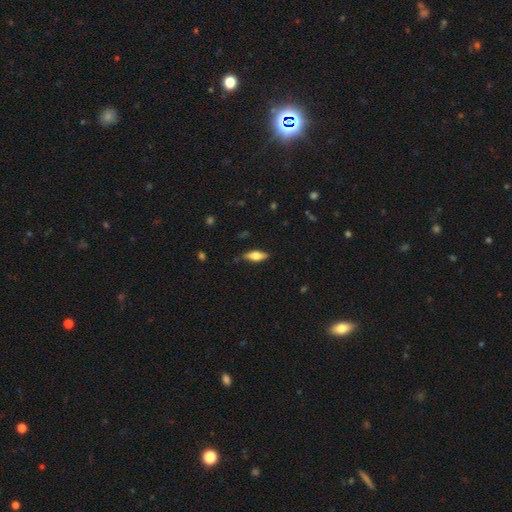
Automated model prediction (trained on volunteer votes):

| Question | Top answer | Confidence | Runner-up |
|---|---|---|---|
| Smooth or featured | smooth | 57% | featured or disk (37%) |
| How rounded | in between | 65% | cigar-shaped (33%) |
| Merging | none | 83% | minor disturbance (14%) |